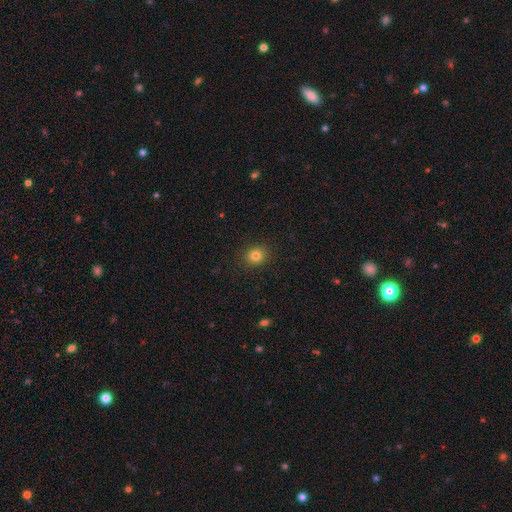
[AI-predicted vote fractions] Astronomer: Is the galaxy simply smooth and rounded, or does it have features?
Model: smooth — 81%.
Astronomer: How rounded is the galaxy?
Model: round — 80%.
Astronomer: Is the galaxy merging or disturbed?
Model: none — 90%.